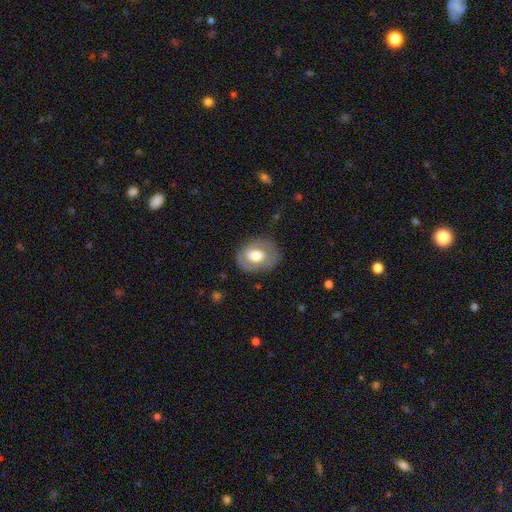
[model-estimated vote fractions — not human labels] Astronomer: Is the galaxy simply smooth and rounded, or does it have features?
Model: smooth — 47% (runner-up: featured or disk, 46%).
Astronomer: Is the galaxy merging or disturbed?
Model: none — 75%.